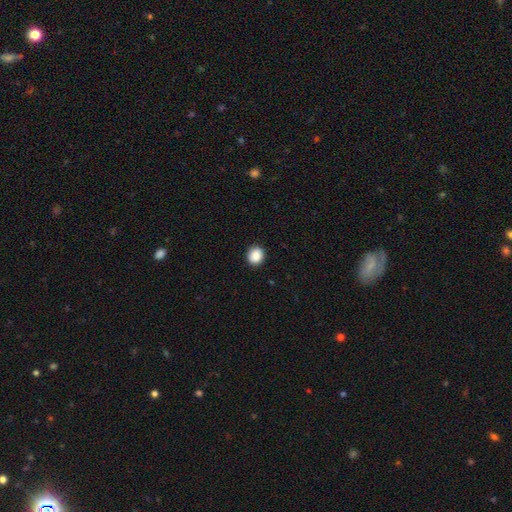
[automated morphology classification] Overall: smooth (87%). How rounded: round (84%). Merging: none (92%).